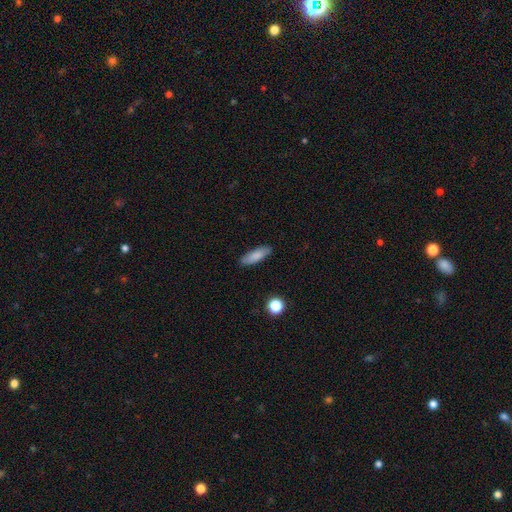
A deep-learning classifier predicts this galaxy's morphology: Overall: smooth (83%). How rounded: in between (54%; cigar-shaped 44%). Merging: none (87%).